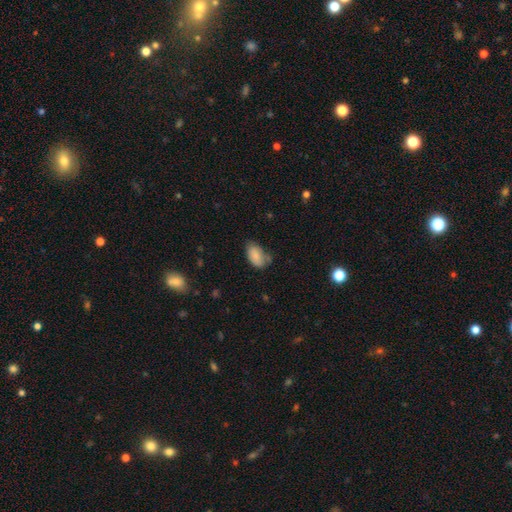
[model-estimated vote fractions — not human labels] The model was most divided on "merging": none: 57%, minor disturbance: 31%, major disturbance: 7%, merger: 5%. More confident: how rounded — in between (93%); smooth or featured — smooth (85%).